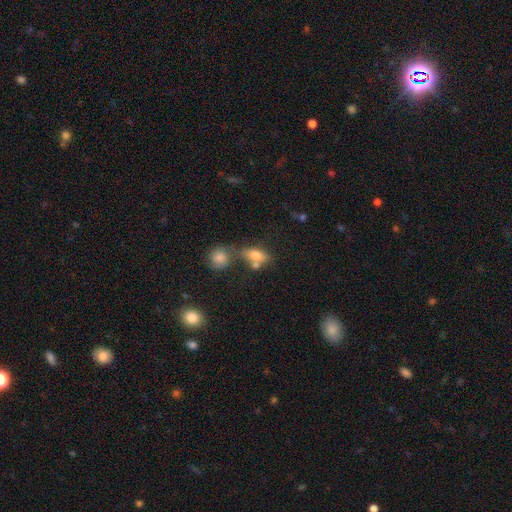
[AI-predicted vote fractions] Smooth or featured? smooth (73%)
How rounded? in between (77%)
Merging? none (44%)